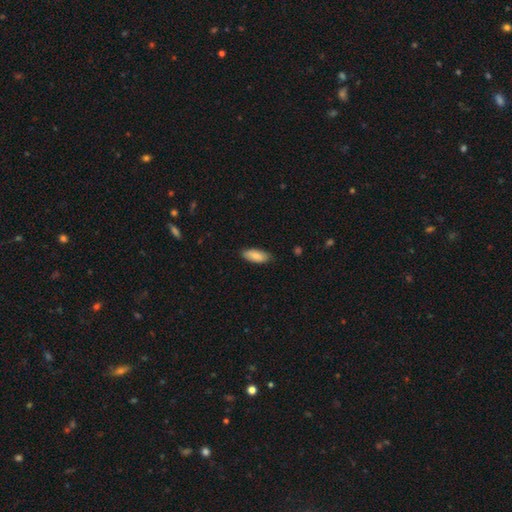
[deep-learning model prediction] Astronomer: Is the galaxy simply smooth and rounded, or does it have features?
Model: smooth — 85%.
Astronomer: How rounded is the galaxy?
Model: in between — 82%.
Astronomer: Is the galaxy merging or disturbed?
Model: none — 83%.